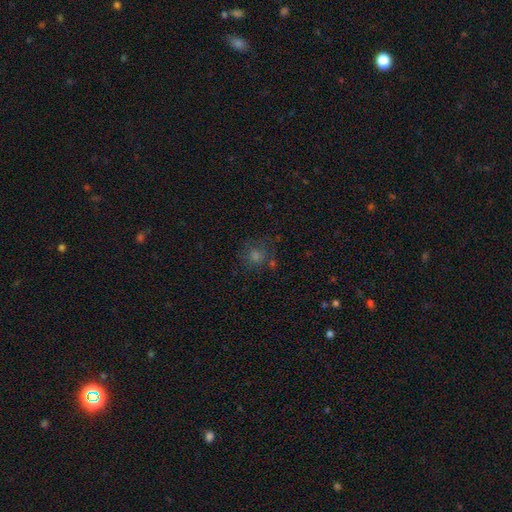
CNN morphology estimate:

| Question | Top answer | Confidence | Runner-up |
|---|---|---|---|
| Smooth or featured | smooth | 54% | star or artifact (32%) |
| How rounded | round | 87% | in between (12%) |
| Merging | none | 75% | minor disturbance (13%) |